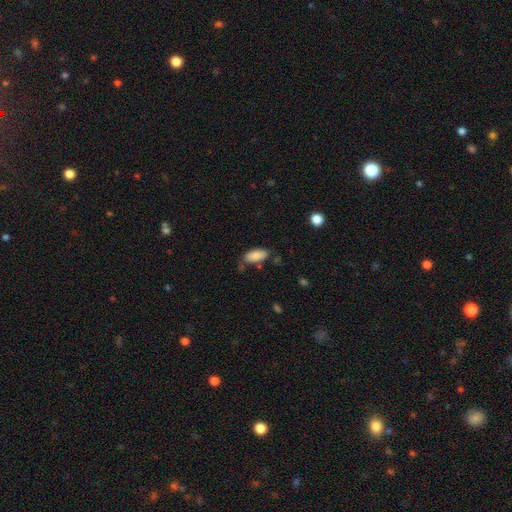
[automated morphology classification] type=smooth (85%); roundness=in between (90%); merging=none (70%).